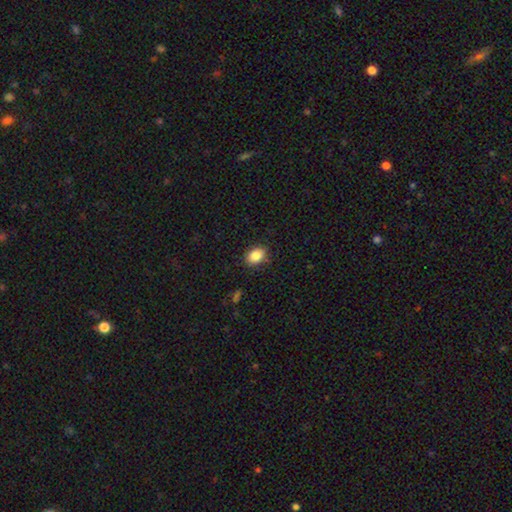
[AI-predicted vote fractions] smooth 85%, star or artifact 9%, featured or disk 6%. Down the decision tree: how rounded — in between (78%); merging — none (85%).